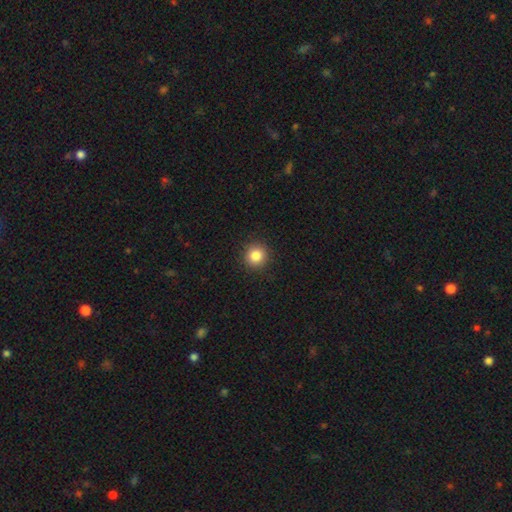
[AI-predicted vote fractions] Overall: smooth (84%). How rounded: round (93%). Merging: none (91%).